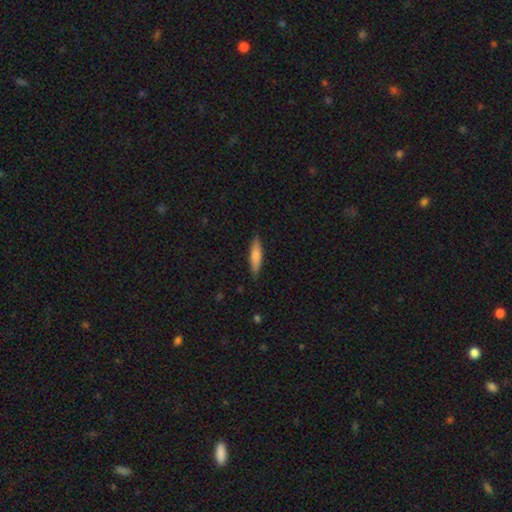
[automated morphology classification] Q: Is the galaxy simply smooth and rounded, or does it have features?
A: smooth — 75%.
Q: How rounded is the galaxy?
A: cigar-shaped — 73%.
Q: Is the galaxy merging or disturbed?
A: none — 86%.